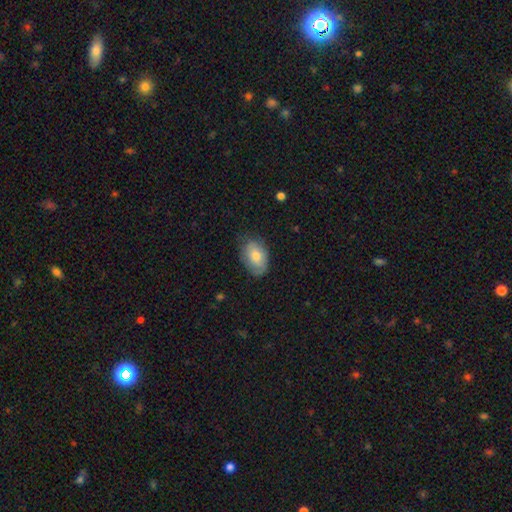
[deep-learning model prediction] Smooth or featured: smooth — 75% (featured or disk — 18%)
How rounded: in between — 90% (round — 9%)
Merging: none — 74% (minor disturbance — 21%)